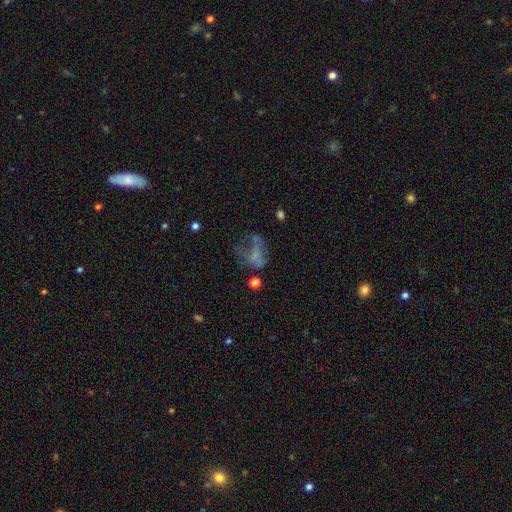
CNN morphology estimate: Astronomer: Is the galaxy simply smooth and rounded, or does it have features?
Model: smooth — 46% (runner-up: featured or disk, 35%).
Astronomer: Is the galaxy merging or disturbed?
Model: major disturbance — 44% (runner-up: none, 28%).